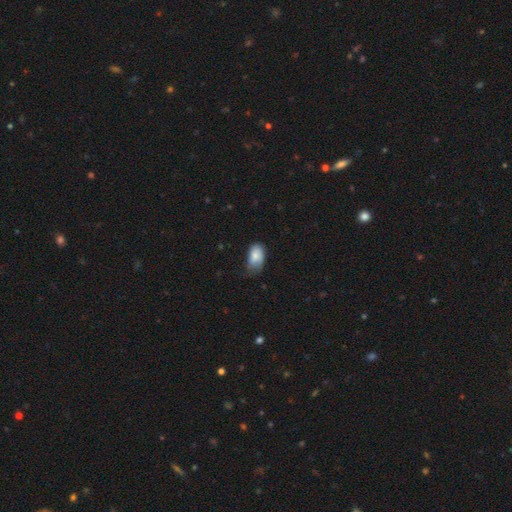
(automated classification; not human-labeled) Overall: smooth (80%). How rounded: in between (92%). Merging: minor disturbance (43%; none 41%).